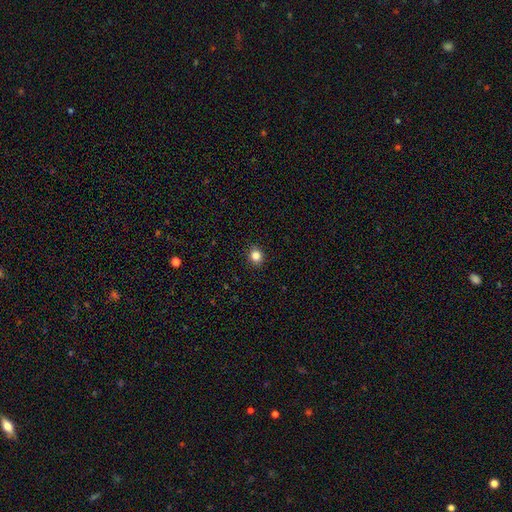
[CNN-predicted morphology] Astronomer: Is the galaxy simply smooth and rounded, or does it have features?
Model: smooth — 84%.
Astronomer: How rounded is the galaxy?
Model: round — 78%.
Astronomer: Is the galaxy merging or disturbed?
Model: none — 91%.